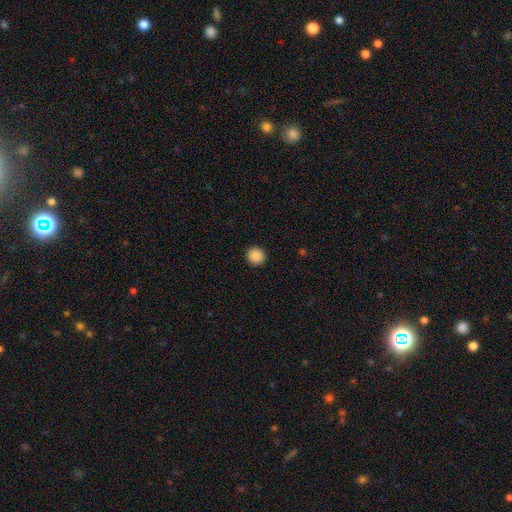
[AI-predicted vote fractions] This appears to be a smooth galaxy with no disk features (88%) that is round (94%). Merging: none (93%).